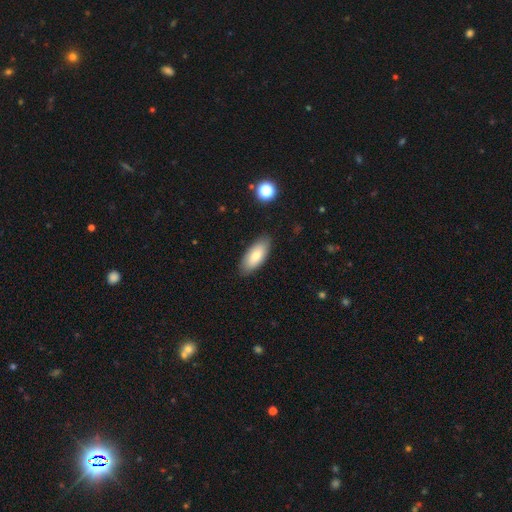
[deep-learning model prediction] smooth 77%, featured or disk 16%, star or artifact 7%. Down the decision tree: how rounded — in between (87%); merging — none (87%).